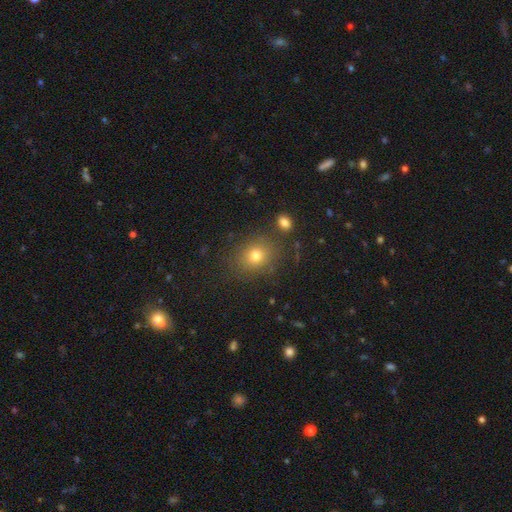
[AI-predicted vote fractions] smooth 76%, star or artifact 14%, featured or disk 9%. Down the decision tree: how rounded — round (66%); merging — none (81%).